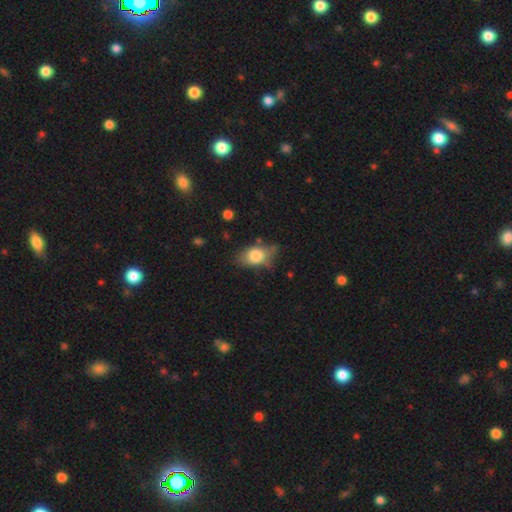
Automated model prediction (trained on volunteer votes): This is likely a smooth galaxy (78%). How rounded: clearly in between (82%). Merging: possibly none (56%).